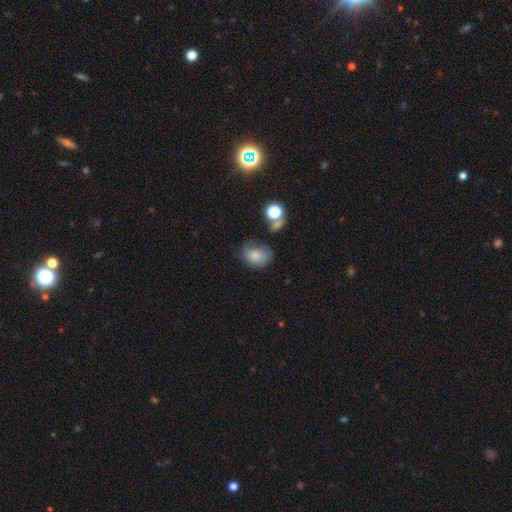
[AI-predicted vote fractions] This appears to be a smooth galaxy with no disk features (68%) that is in between round and cigar-shaped (59%). Merging: none (39%).